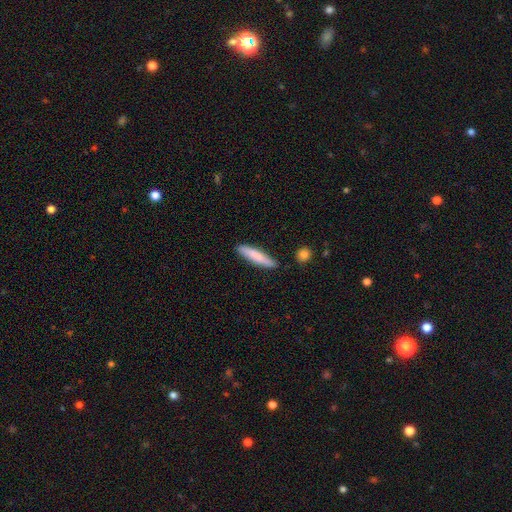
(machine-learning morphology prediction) smooth_or_featured: smooth (p=0.80) [alt: featured or disk p=0.15]
how_rounded: cigar-shaped (p=0.88) [alt: in between p=0.11]
merging: none (p=0.85) [alt: minor disturbance p=0.11]